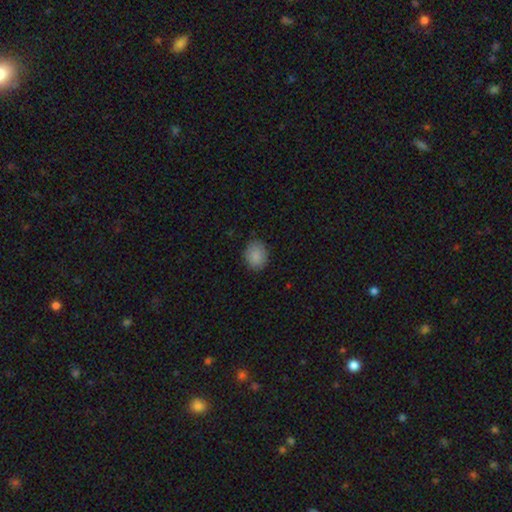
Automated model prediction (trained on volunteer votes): Smooth or featured: smooth — 88% (star or artifact — 8%)
How rounded: round — 55% (in between — 45%)
Merging: none — 85% (minor disturbance — 11%)